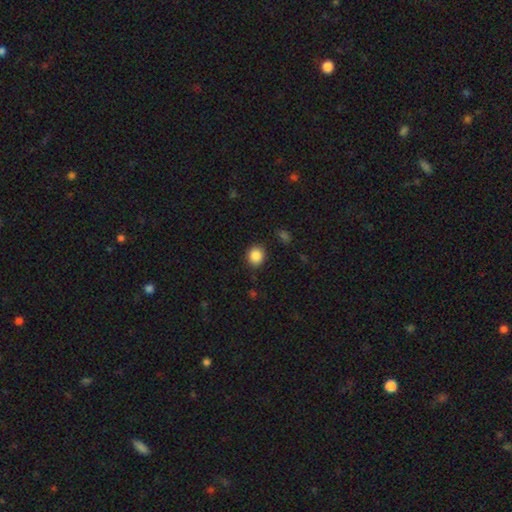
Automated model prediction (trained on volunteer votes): Smooth or featured: smooth — 87% (star or artifact — 9%)
How rounded: round — 77% (in between — 22%)
Merging: none — 88% (minor disturbance — 8%)